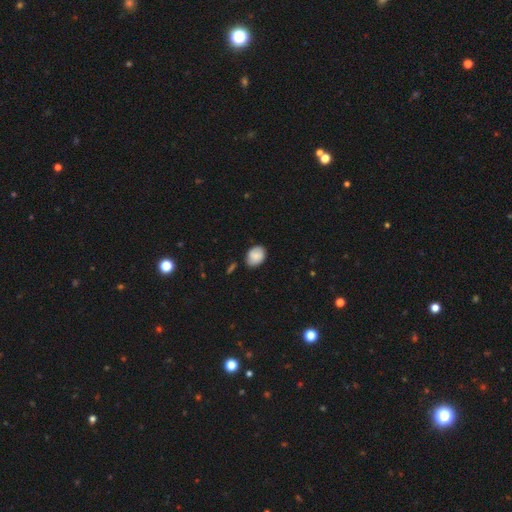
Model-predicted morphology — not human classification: The model was most divided on "how rounded": in between: 66%, round: 33%, cigar-shaped: 1%. More confident: smooth or featured — smooth (83%); merging — none (74%).